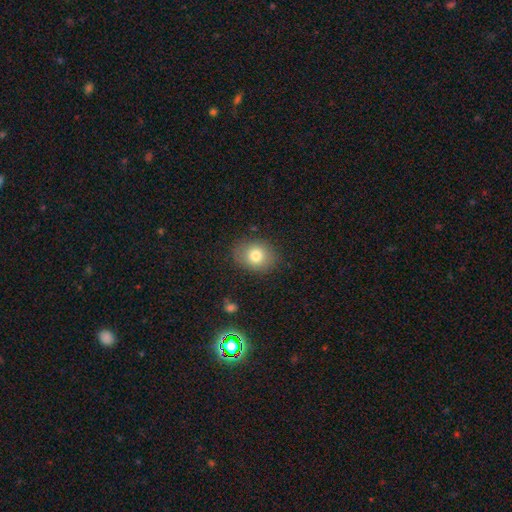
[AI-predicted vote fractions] Morphology: type=smooth (80%); roundness=round (50%); merging=none (84%).